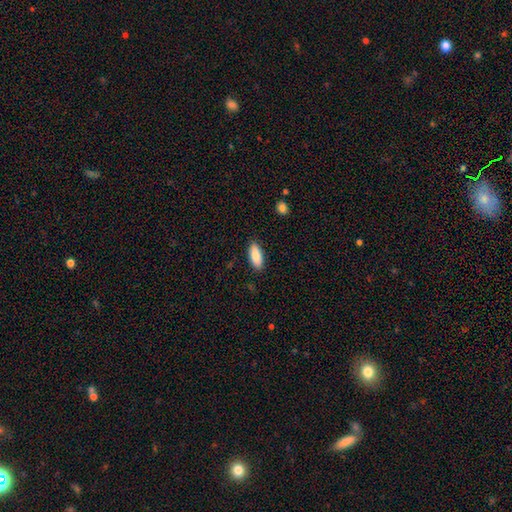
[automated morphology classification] This is clearly a smooth galaxy (86%). How rounded: likely in between (73%). Merging: clearly none (87%).